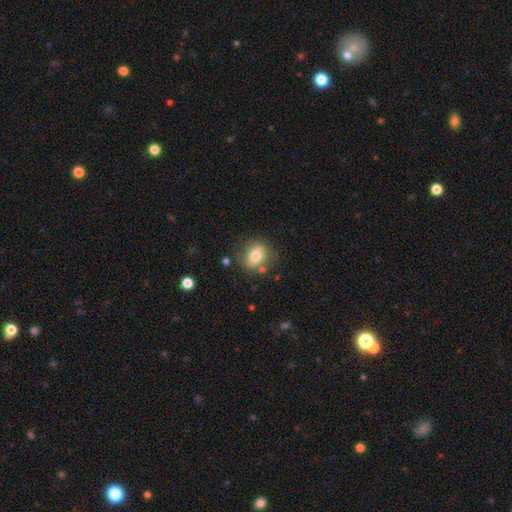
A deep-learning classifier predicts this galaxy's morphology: Q: Smooth or featured?
A: smooth (73%); runner-up: featured or disk (19%)
Q: How rounded?
A: in between (50%); runner-up: round (49%)
Q: Merging?
A: none (74%); runner-up: minor disturbance (16%)